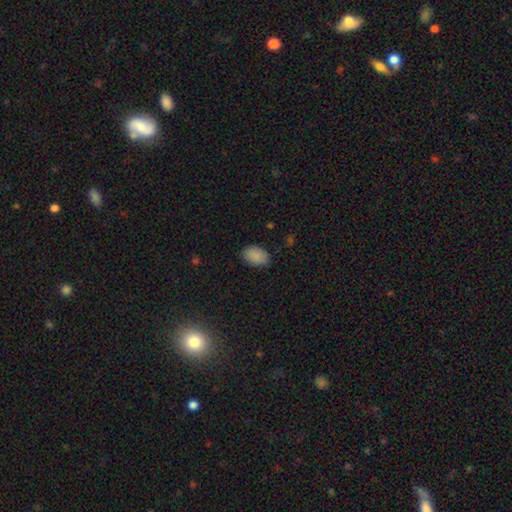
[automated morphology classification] Smooth or featured: smooth — 89% (star or artifact — 8%)
How rounded: in between — 87% (round — 12%)
Merging: none — 86% (minor disturbance — 11%)